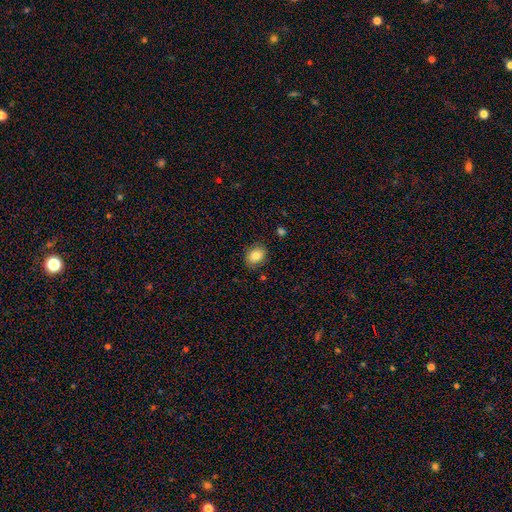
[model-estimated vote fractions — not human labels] Overall: smooth (84%). How rounded: in between (57%; round 42%). Merging: none (82%).